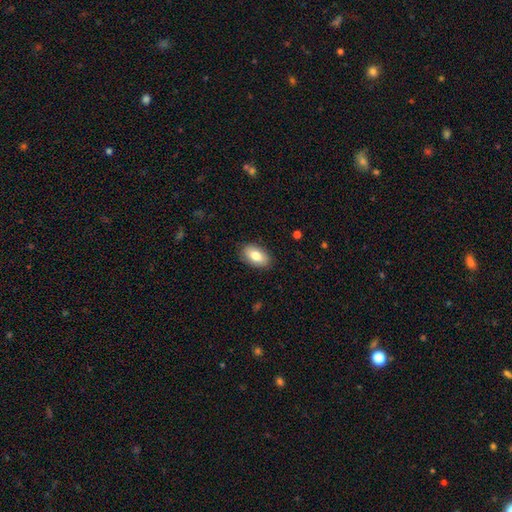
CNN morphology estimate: The model was most divided on "smooth or featured": smooth: 81%, featured or disk: 13%, star or artifact: 7%. More confident: how rounded — in between (93%); merging — none (87%).